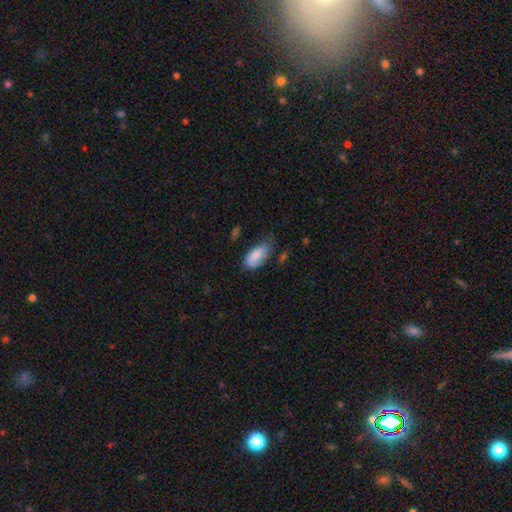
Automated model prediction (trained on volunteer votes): Q: Smooth or featured?
A: smooth (81%); runner-up: featured or disk (12%)
Q: How rounded?
A: in between (91%); runner-up: cigar-shaped (6%)
Q: Merging?
A: none (49%); runner-up: minor disturbance (37%)